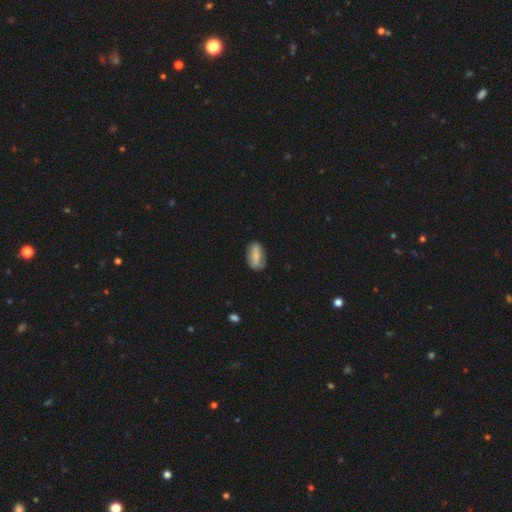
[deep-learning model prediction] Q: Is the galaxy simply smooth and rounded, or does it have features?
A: smooth — 69%.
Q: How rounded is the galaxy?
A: in between — 89%.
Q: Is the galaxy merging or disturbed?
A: none — 78%.